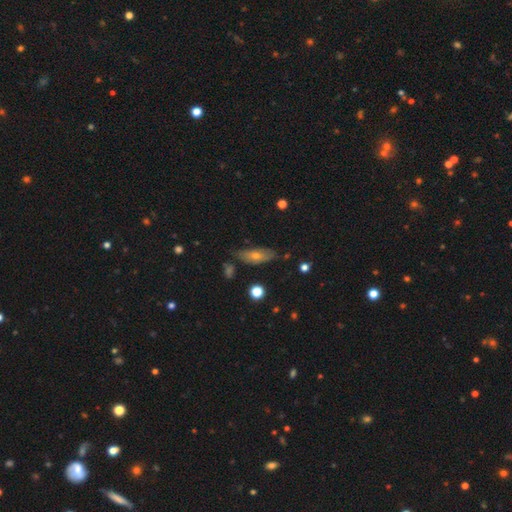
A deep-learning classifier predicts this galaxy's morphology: type=smooth (47%); merging=none (76%).